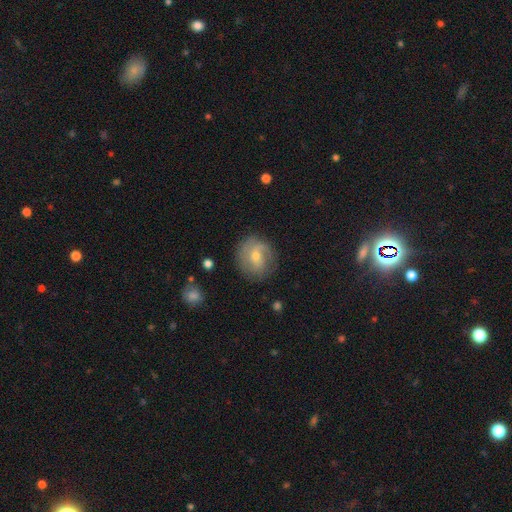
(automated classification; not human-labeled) This is possibly a featured or disk galaxy (55%). It is clearly not viewed edge-on (96%). Bar: marginally weak (44%). Spiral arm pattern: likely yes (75%). Central bulge: possibly moderate (48%, tied with small). Merging: likely none (76%).